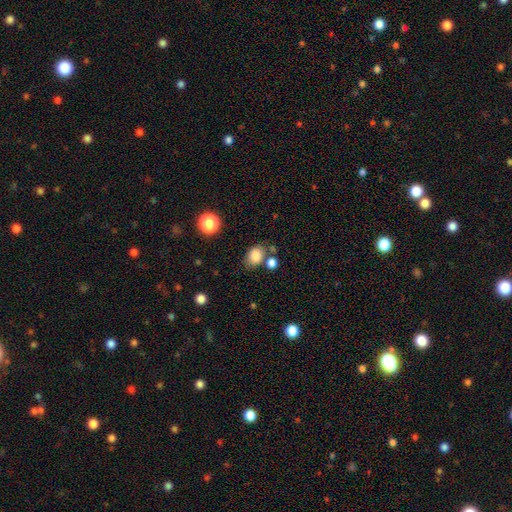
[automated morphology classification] Q: Smooth or featured?
A: smooth (83%); runner-up: star or artifact (10%)
Q: How rounded?
A: in between (70%); runner-up: round (29%)
Q: Merging?
A: none (67%); runner-up: minor disturbance (15%)